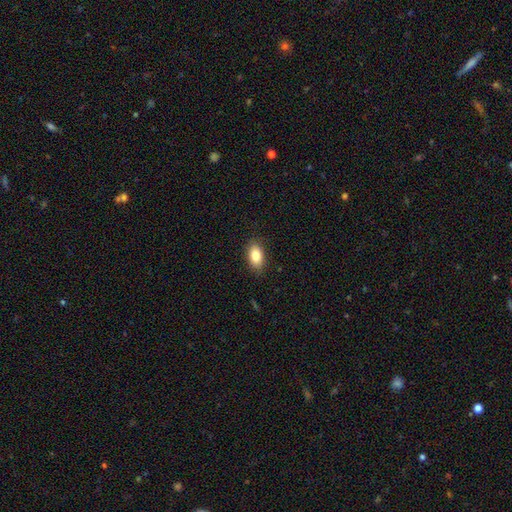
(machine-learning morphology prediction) This is clearly a smooth galaxy (84%). How rounded: clearly in between (91%). Merging: clearly none (88%).